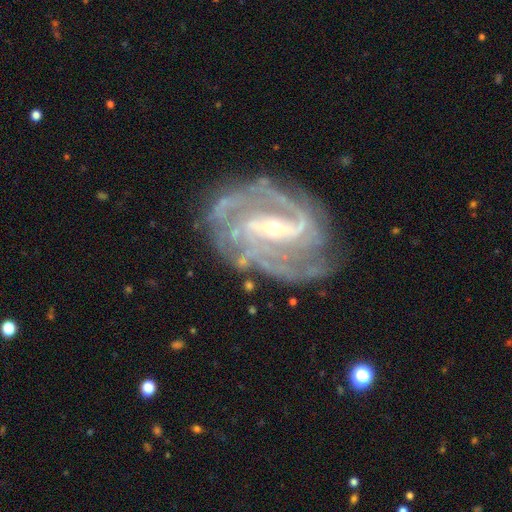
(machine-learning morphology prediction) This appears to be a featured or disk galaxy (91%) with a strong bar (44%), 2 (47%) tight (46%) spiral arms (97%) and a small central bulge (64%). Merging: none (70%).